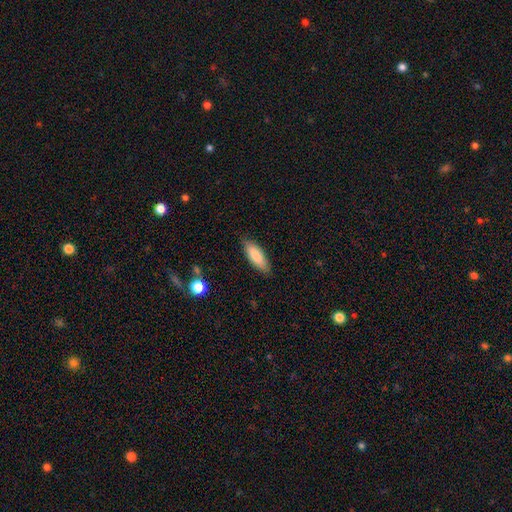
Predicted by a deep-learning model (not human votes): smooth_or_featured: smooth (p=0.81) [alt: featured or disk p=0.13]
how_rounded: in between (p=0.62) [alt: cigar-shaped p=0.36]
merging: none (p=0.85) [alt: minor disturbance p=0.11]